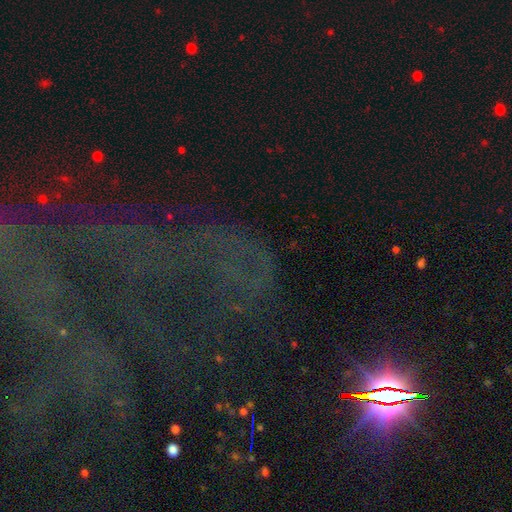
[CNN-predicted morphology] This is likely a star or artifact rather than a galaxy (75%).